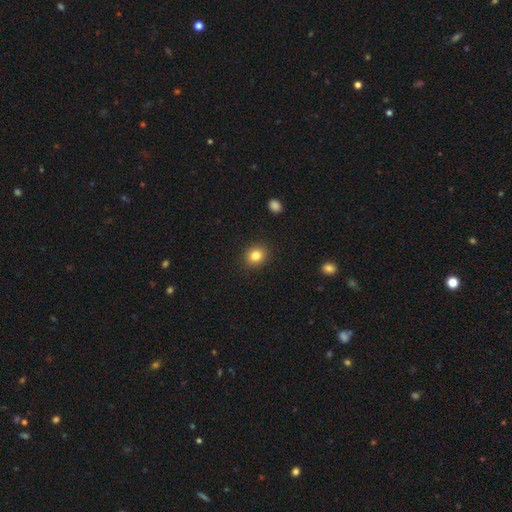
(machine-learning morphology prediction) Overall: smooth (83%). How rounded: round (75%). Merging: none (90%).